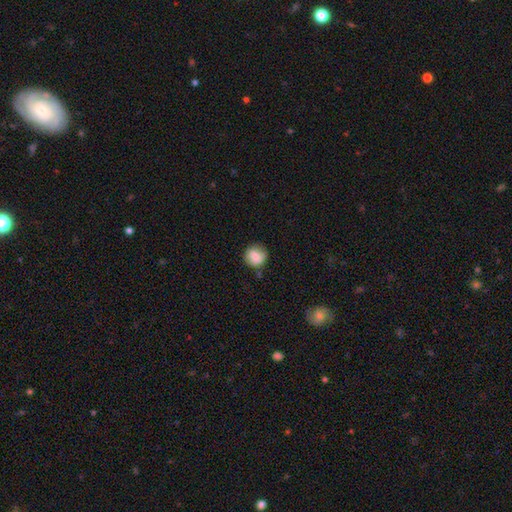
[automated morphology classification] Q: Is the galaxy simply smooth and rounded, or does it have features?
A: smooth — 82%.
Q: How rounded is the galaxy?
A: round — 89%.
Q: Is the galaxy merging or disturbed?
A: none — 74%.